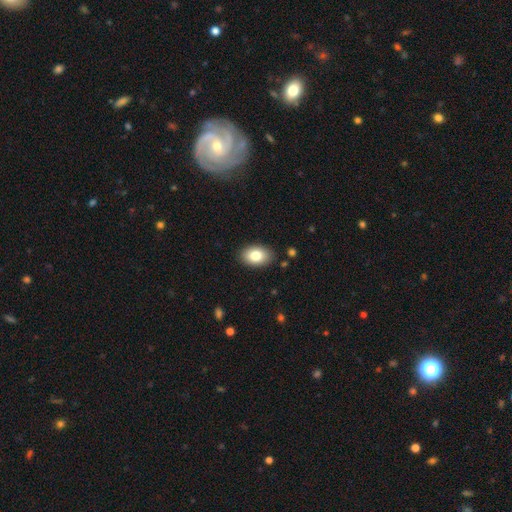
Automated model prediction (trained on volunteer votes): This appears to be a smooth galaxy with no disk features (82%) that is in between round and cigar-shaped (87%). Merging: none (88%).